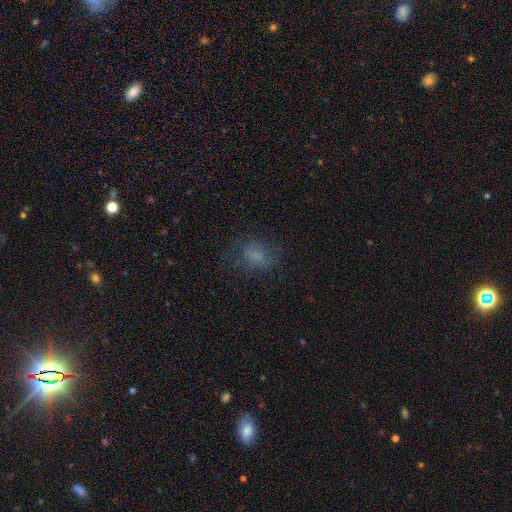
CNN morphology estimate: Q: Smooth or featured?
A: smooth (67%); runner-up: star or artifact (17%)
Q: How rounded?
A: in between (64%); runner-up: round (34%)
Q: Merging?
A: none (63%); runner-up: minor disturbance (19%)